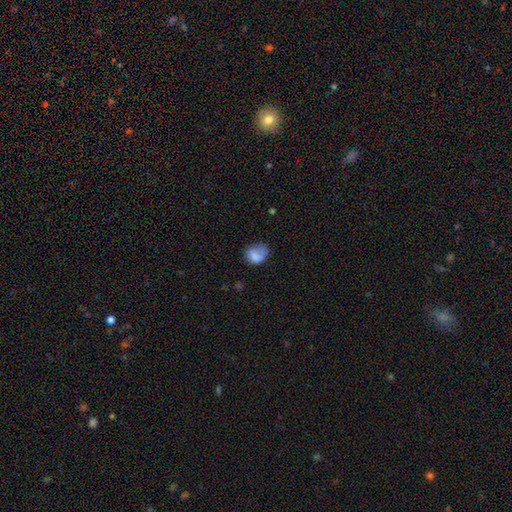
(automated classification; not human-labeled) This appears to be a smooth galaxy with no disk features (73%) that is in between round and cigar-shaped (51%). Merging: none (46%).